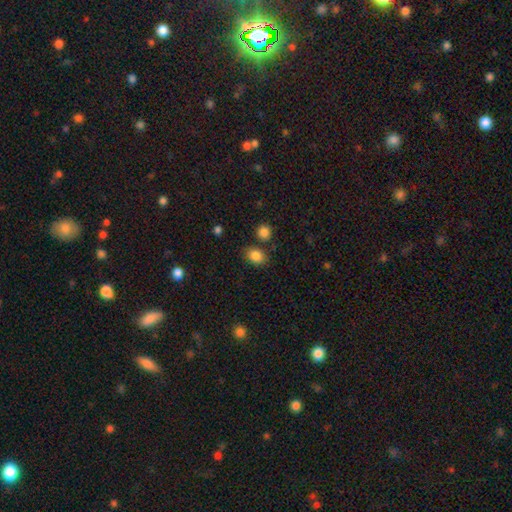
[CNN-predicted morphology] A smooth galaxy with no disk features (85%) that is in between round and cigar-shaped (58%).

Vote fractions:
- Smooth or featured? smooth: 85% / star or artifact: 10% / featured or disk: 5%
- How rounded? in between: 58% / round: 40% / cigar-shaped: 1%
- Merging? none: 75% / minor disturbance: 13% / merger: 8% / major disturbance: 4%